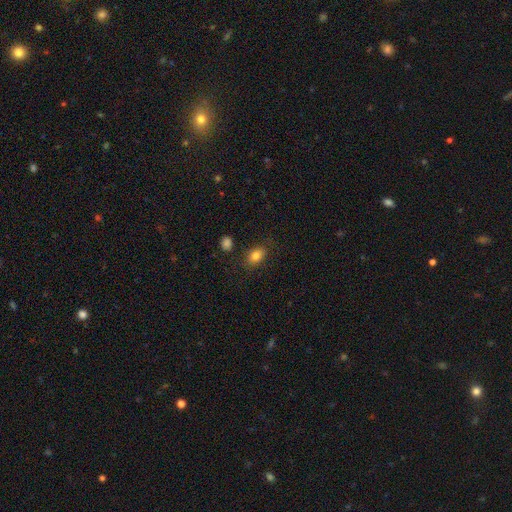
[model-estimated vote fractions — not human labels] smooth-or-featured: smooth: 83% | star or artifact: 9% | featured or disk: 8%
  how-rounded: in between: 82% | round: 16% | cigar-shaped: 2%
  merging: none: 81% | minor disturbance: 12% | major disturbance: 4% | merger: 3%